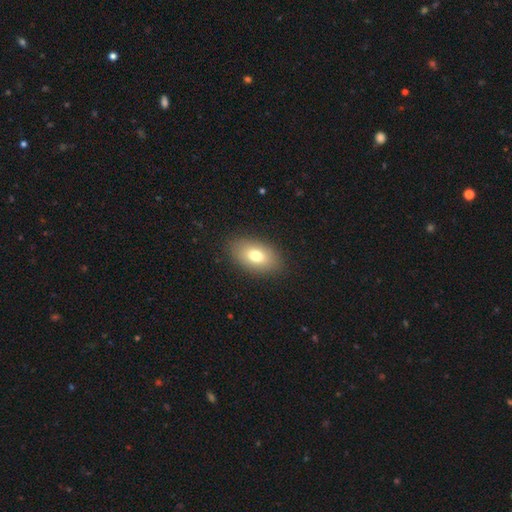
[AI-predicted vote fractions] Smooth or featured? smooth (76%)
How rounded? in between (89%)
Merging? none (87%)